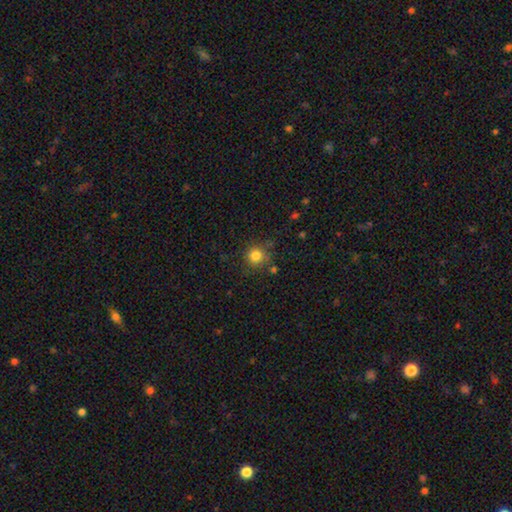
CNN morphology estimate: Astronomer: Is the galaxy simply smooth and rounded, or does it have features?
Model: smooth — 81%.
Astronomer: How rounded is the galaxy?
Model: round — 92%.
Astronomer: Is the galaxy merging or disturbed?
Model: none — 79%.